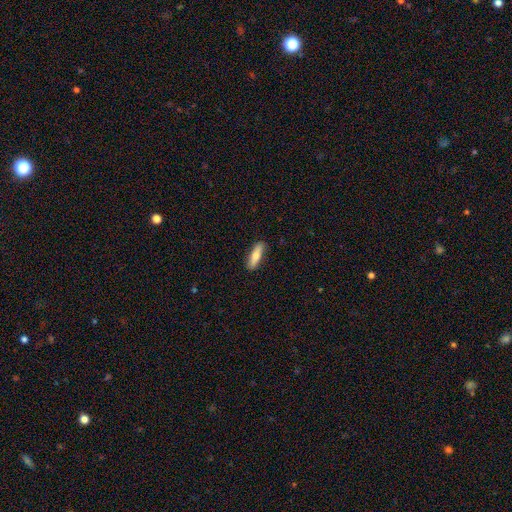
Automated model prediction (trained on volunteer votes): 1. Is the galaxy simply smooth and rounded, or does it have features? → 72% smooth, 22% featured or disk, 6% star or artifact.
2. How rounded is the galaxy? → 60% cigar-shaped, 38% in between, 2% round.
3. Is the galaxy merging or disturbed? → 86% none, 11% minor disturbance, 2% major disturbance, 1% merger.